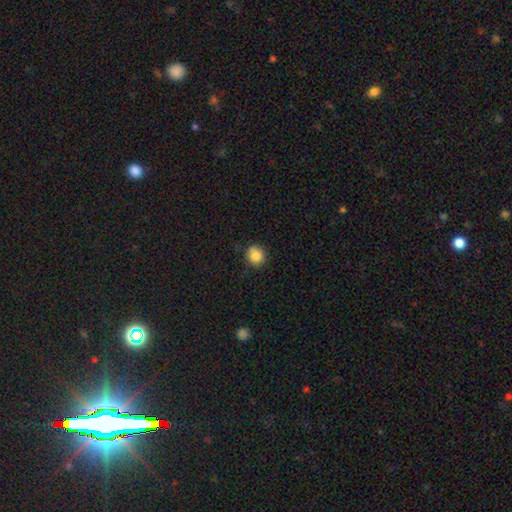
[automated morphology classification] Smooth or featured? smooth (84%)
How rounded? round (88%)
Merging? none (76%)